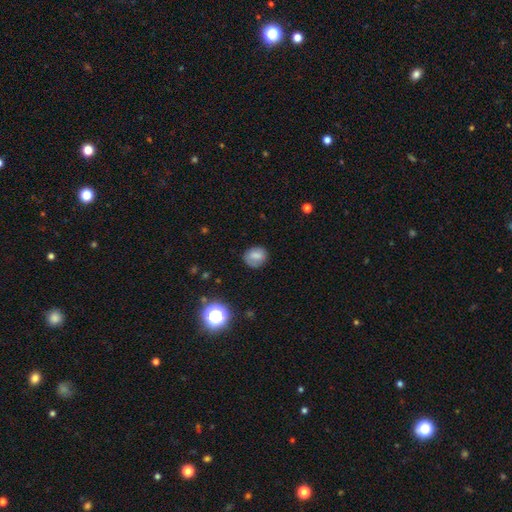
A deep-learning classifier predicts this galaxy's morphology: smooth 74%, featured or disk 14%, star or artifact 12%. Down the decision tree: how rounded — round (65%); merging — none (72%).